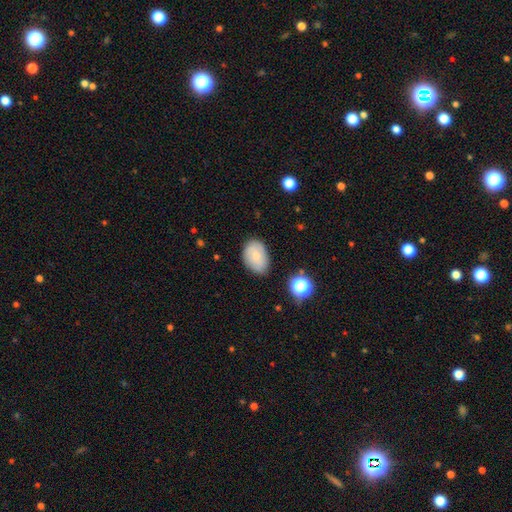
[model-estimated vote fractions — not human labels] smooth_or_featured: smooth (p=0.73) [alt: featured or disk p=0.18]
how_rounded: in between (p=0.82) [alt: round p=0.17]
merging: none (p=0.74) [alt: minor disturbance p=0.20]